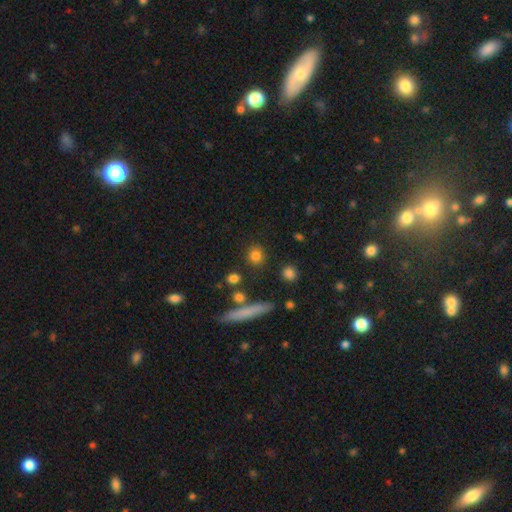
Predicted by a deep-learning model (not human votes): smooth_or_featured: smooth (p=0.81) [alt: star or artifact p=0.11]
how_rounded: round (p=0.83) [alt: in between p=0.13]
merging: none (p=0.86) [alt: minor disturbance p=0.07]